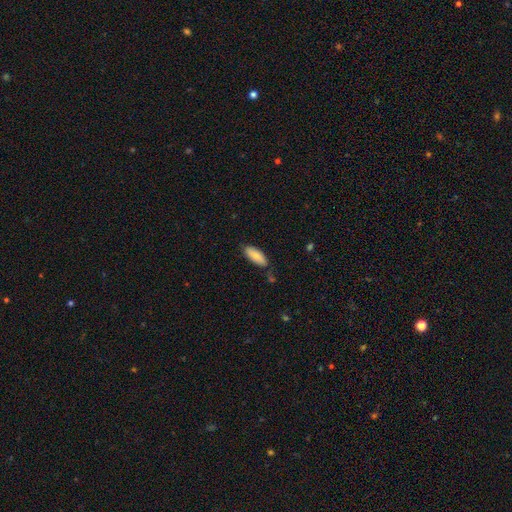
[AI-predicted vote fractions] Smooth or featured: smooth — 79% (featured or disk — 15%)
How rounded: in between — 81% (cigar-shaped — 17%)
Merging: none — 75% (minor disturbance — 19%)